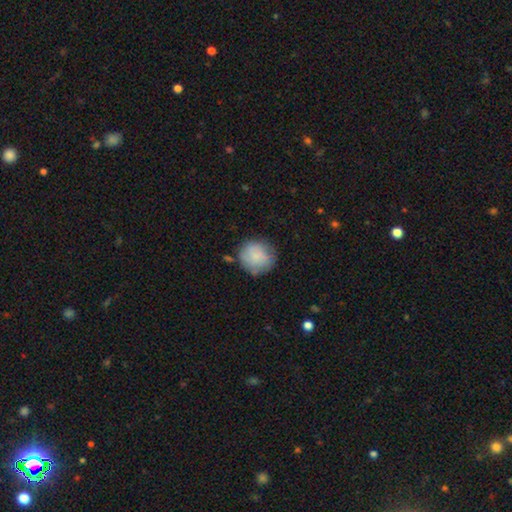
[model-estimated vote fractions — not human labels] The model was most divided on "merging": none: 69%, minor disturbance: 21%, major disturbance: 7%, merger: 4%. More confident: how rounded — round (89%); smooth or featured — smooth (79%).